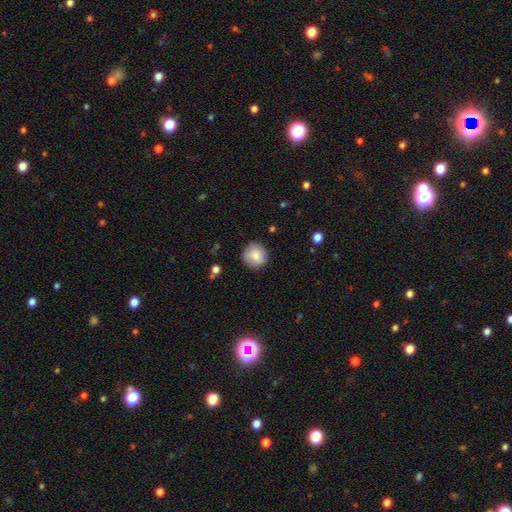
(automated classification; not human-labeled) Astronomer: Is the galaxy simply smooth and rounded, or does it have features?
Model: smooth — 76%.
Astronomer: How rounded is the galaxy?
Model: round — 93%.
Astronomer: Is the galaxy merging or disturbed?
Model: none — 85%.